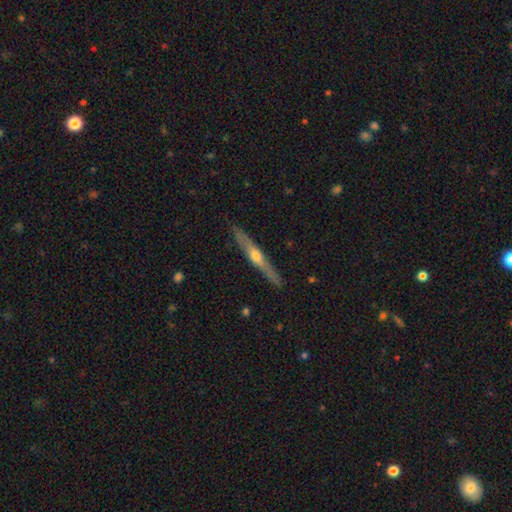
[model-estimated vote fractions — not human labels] smooth_or_featured: featured or disk (p=0.73) [alt: smooth p=0.21]
disk_edge_on: yes (p=0.97) [alt: no p=0.03]
edge_on_bulge: rounded (p=0.88) [alt: none p=0.09]
merging: none (p=0.90) [alt: minor disturbance p=0.07]